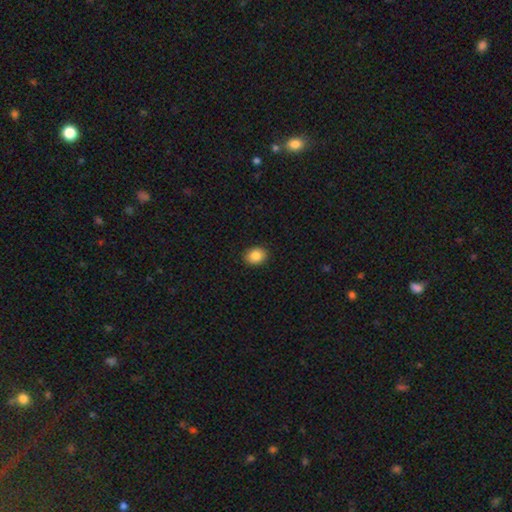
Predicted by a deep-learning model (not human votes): Smooth or featured? Predicted: smooth (p=0.86). How rounded? Predicted: in between (p=0.52). Merging? Predicted: none (p=0.90).